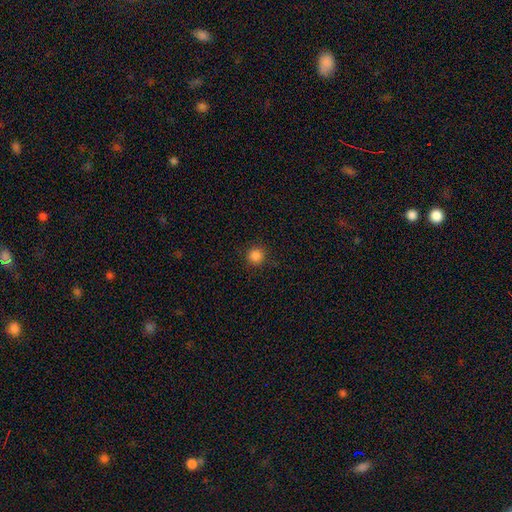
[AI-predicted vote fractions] Smooth or featured? Predicted: smooth (p=0.85). How rounded? Predicted: round (p=0.96). Merging? Predicted: none (p=0.90).